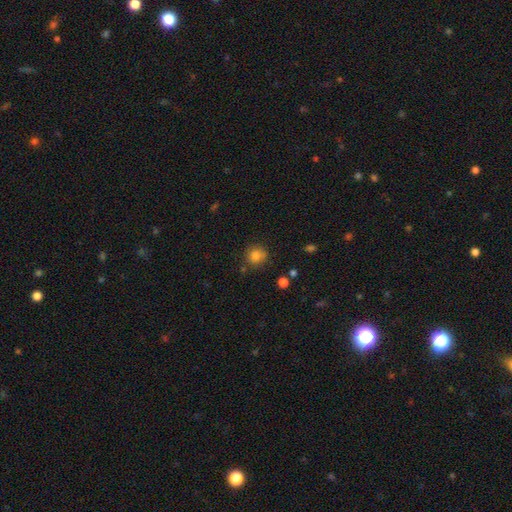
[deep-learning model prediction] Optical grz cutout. It shows a smooth galaxy with no disk features (80%) that is round (88%). Merging: none (74%).